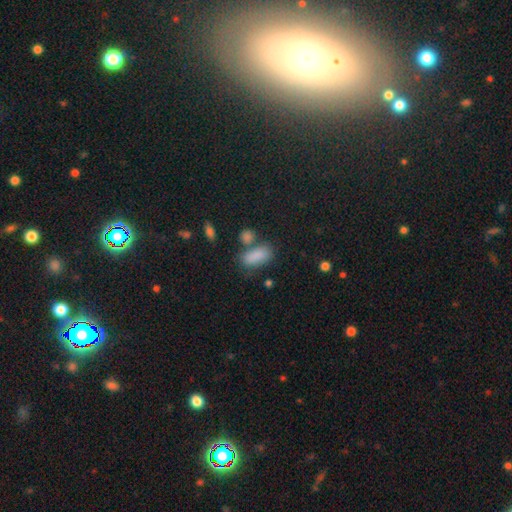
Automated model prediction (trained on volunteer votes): Overall: smooth (85%). How rounded: in between (86%). Merging: none (58%; merger 19%).